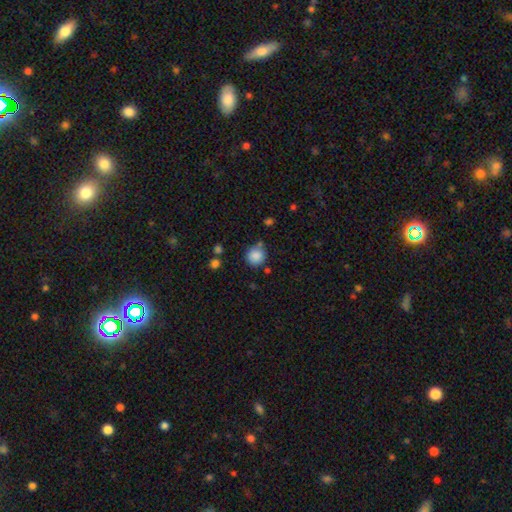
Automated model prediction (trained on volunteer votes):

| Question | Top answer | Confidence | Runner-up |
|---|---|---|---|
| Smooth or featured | smooth | 86% | star or artifact (9%) |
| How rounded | round | 88% | in between (11%) |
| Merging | none | 74% | minor disturbance (14%) |